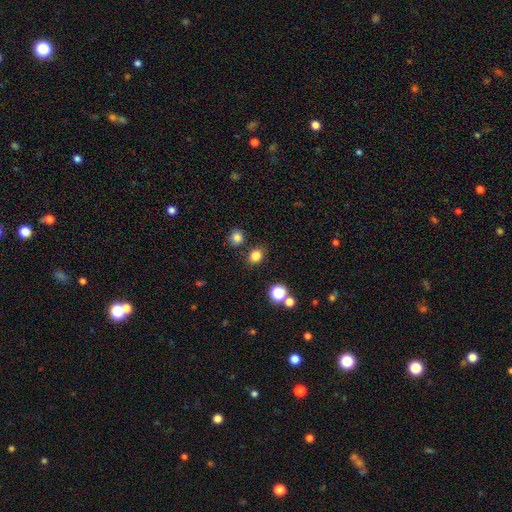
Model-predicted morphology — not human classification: smooth-or-featured: smooth: 81% | star or artifact: 14% | featured or disk: 5%
  how-rounded: round: 72% | in between: 27% | cigar-shaped: 1%
  merging: none: 82% | minor disturbance: 9% | merger: 6% | major disturbance: 3%